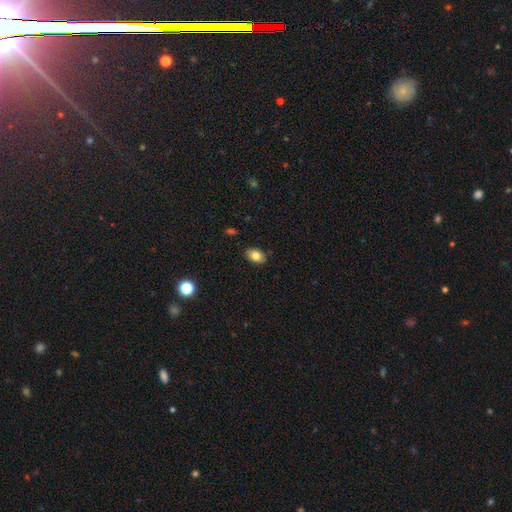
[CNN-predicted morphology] A smooth galaxy with no disk features (83%) that is in between round and cigar-shaped (85%).

Vote fractions:
- Smooth or featured? smooth: 83% / featured or disk: 9% / star or artifact: 9%
- How rounded? in between: 85% / round: 14% / cigar-shaped: 1%
- Merging? none: 87% / minor disturbance: 10% / major disturbance: 2% / merger: 1%